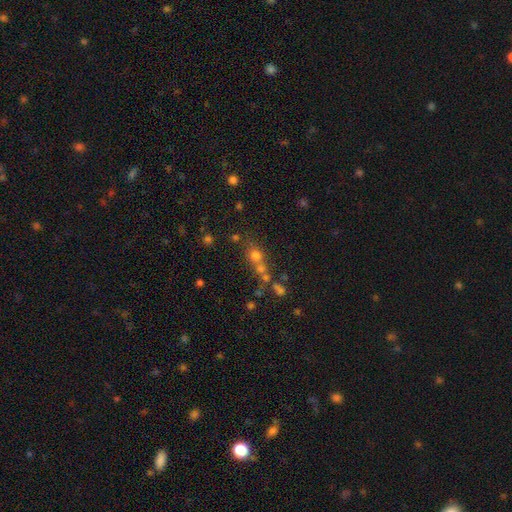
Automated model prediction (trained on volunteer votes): This appears to be a smooth galaxy with no disk features (59%) that is round (75%). Merging: merger (45%).